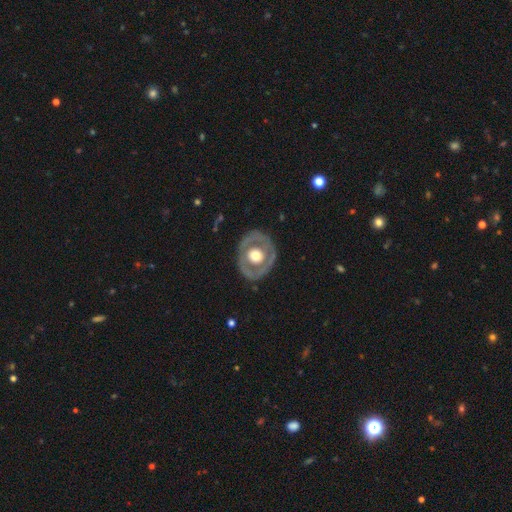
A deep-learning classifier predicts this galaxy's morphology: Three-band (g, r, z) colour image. It shows a featured or disk galaxy (61%) with no bar (88%), no spiral arms (85%) and a moderate central bulge (50%). Merging: none (80%).